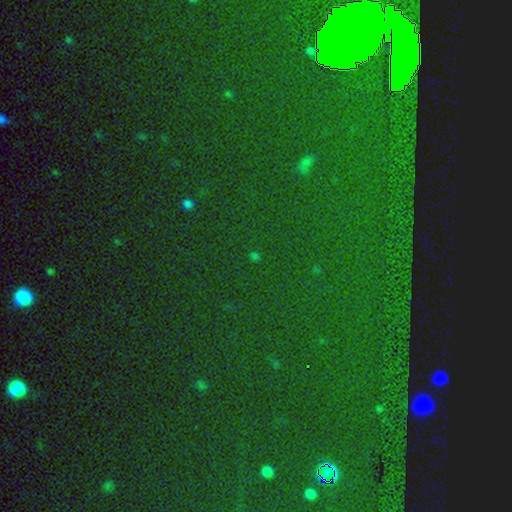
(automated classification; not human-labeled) A star or artifact, not a galaxy (80%).

Vote fractions:
- Smooth or featured? star or artifact: 80% / smooth: 11% / featured or disk: 8%